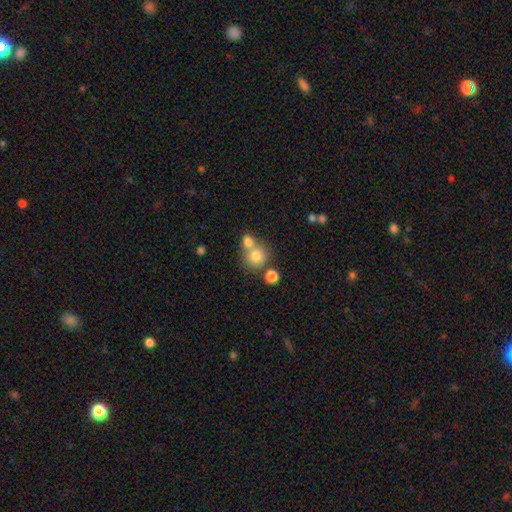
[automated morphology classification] Smooth or featured: smooth — 76% (featured or disk — 12%)
How rounded: round — 86% (in between — 13%)
Merging: none — 49% (merger — 40%)